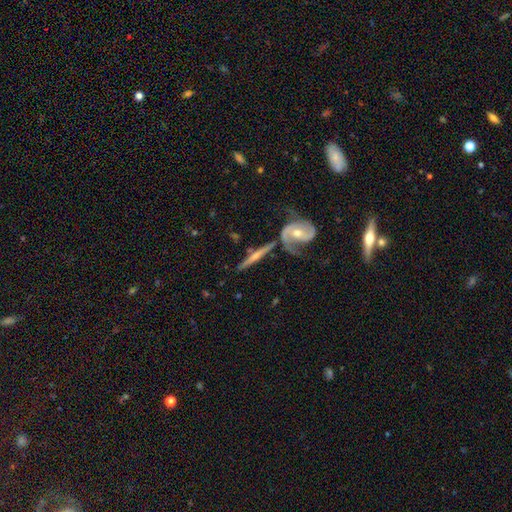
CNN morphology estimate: Smooth or featured: featured or disk — 74% (smooth — 21%)
Edge-on disk: yes — 82% (no — 18%)
Edge-on bulge: rounded — 68% (none — 26%)
Merging: none — 63% (minor disturbance — 16%)